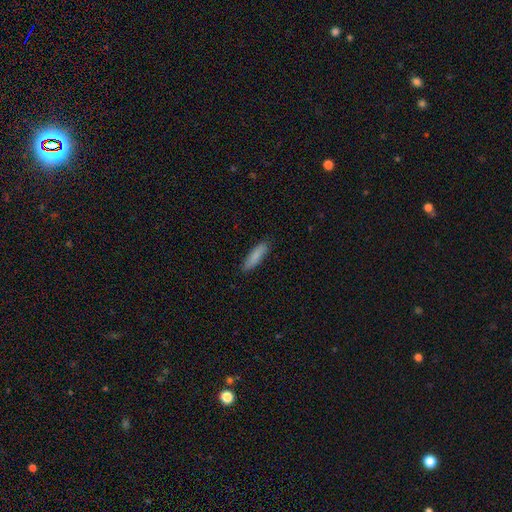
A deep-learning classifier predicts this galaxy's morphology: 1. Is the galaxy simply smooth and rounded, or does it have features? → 86% smooth, 8% featured or disk, 6% star or artifact.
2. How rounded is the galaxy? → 66% cigar-shaped, 33% in between, 1% round.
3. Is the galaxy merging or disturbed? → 87% none, 11% minor disturbance, 2% major disturbance, 1% merger.